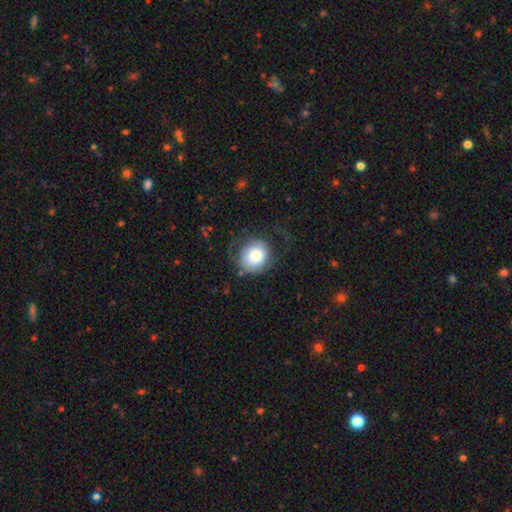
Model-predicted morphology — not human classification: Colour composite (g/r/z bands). It shows a smooth galaxy with no disk features (62%) that is round (78%). Merging: none (56%).